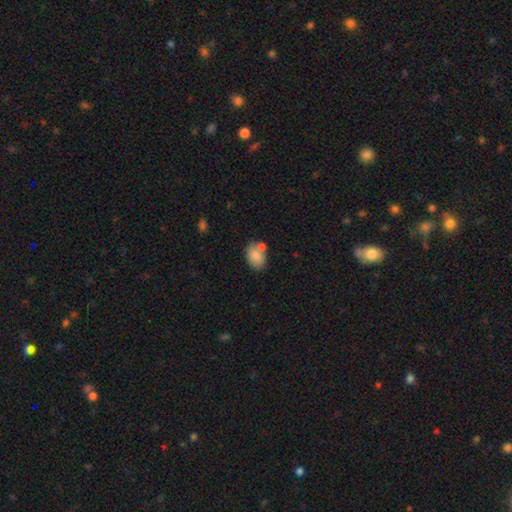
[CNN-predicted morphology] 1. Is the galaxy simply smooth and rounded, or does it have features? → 83% smooth, 10% featured or disk, 8% star or artifact.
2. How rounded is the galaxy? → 84% in between, 15% round, 1% cigar-shaped.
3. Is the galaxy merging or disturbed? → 56% none, 25% merger, 15% minor disturbance, 4% major disturbance.